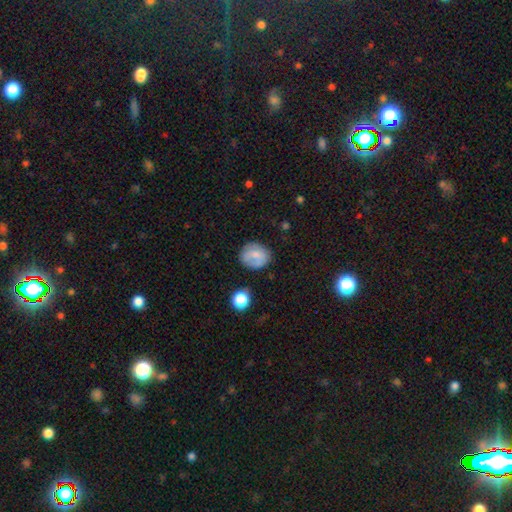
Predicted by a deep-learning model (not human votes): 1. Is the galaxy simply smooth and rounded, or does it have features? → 67% smooth, 24% featured or disk, 9% star or artifact.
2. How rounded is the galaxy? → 64% round, 35% in between, 1% cigar-shaped.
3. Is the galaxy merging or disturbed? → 69% none, 21% minor disturbance, 7% major disturbance, 4% merger.